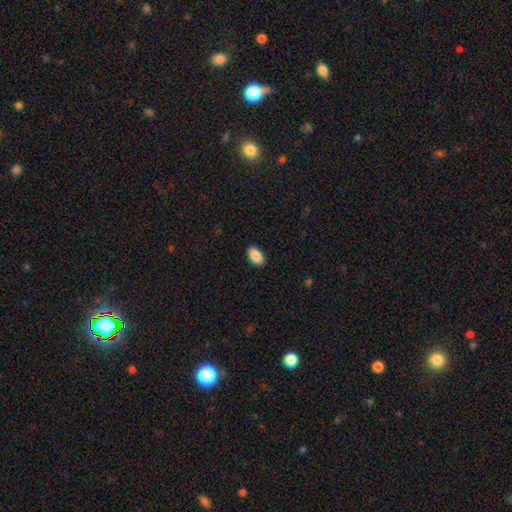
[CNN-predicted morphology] smooth 90%, star or artifact 7%, featured or disk 3%. Down the decision tree: how rounded — in between (94%); merging — none (90%).